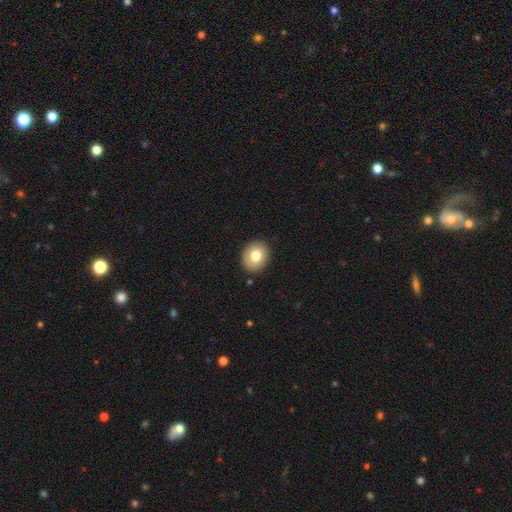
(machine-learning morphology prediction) Q: Smooth or featured?
A: smooth (78%); runner-up: featured or disk (14%)
Q: How rounded?
A: round (69%); runner-up: in between (30%)
Q: Merging?
A: none (90%); runner-up: minor disturbance (7%)